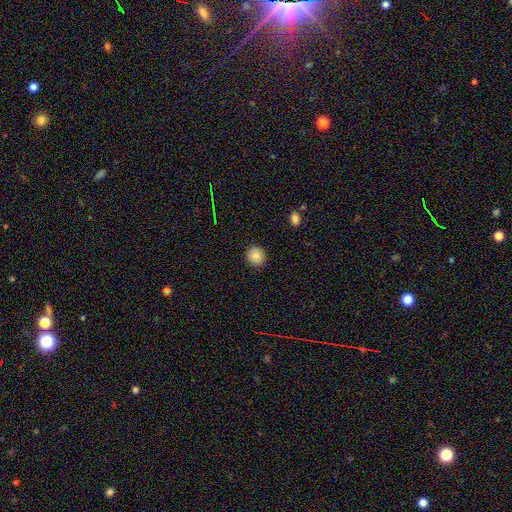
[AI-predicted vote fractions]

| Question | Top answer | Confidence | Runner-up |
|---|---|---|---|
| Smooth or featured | smooth | 83% | star or artifact (10%) |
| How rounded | round | 94% | in between (5%) |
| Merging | none | 92% | minor disturbance (5%) |